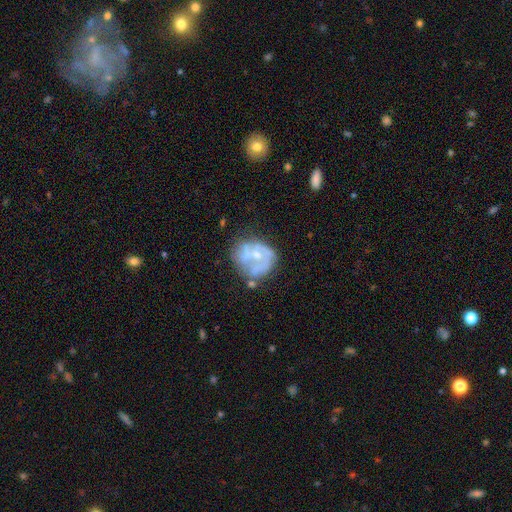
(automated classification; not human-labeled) Smooth or featured? featured or disk (63%)
Edge-on disk? no (98%)
Bar? no (78%)
Spiral arms? no (67%)
Bulge size? small (45%)
Merging? none (42%)